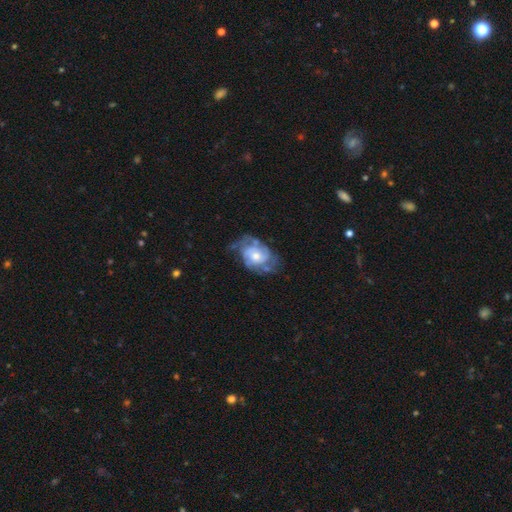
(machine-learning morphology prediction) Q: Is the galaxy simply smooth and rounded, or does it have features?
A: featured or disk — 77%.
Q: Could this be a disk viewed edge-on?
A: no — 97%.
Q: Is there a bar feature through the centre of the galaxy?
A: no — 73%.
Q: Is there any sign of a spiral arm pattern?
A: yes — 86%.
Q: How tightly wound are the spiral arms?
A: tight — 44%.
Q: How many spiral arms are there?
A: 2 — 42%.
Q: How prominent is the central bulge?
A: moderate — 59%.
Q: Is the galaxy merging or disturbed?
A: none — 55%.